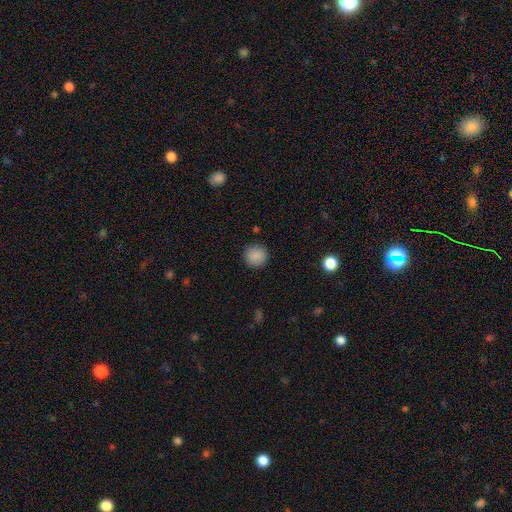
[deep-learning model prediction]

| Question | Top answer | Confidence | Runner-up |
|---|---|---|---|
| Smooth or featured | smooth | 88% | star or artifact (9%) |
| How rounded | round | 91% | in between (8%) |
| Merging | none | 89% | minor disturbance (7%) |